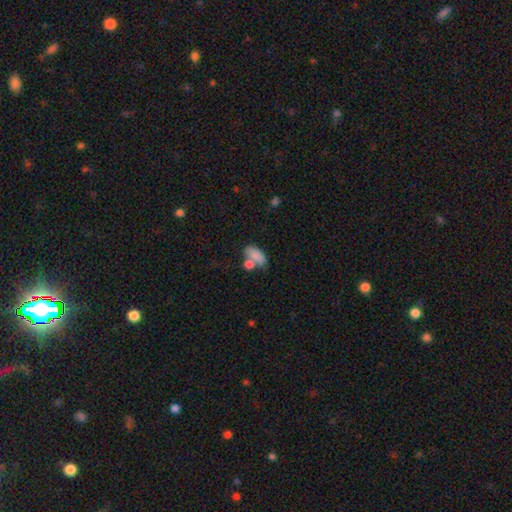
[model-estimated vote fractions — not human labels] Smooth or featured? Predicted: smooth (p=0.81). How rounded? Predicted: in between (p=0.88). Merging? Predicted: none (p=0.39).